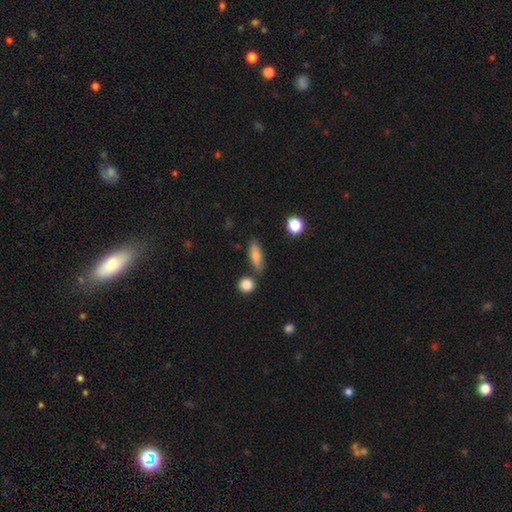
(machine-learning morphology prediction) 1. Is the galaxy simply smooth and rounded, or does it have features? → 75% smooth, 17% featured or disk, 8% star or artifact.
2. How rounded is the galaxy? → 55% in between, 39% cigar-shaped, 6% round.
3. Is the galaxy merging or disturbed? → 76% none, 13% minor disturbance, 8% merger, 3% major disturbance.